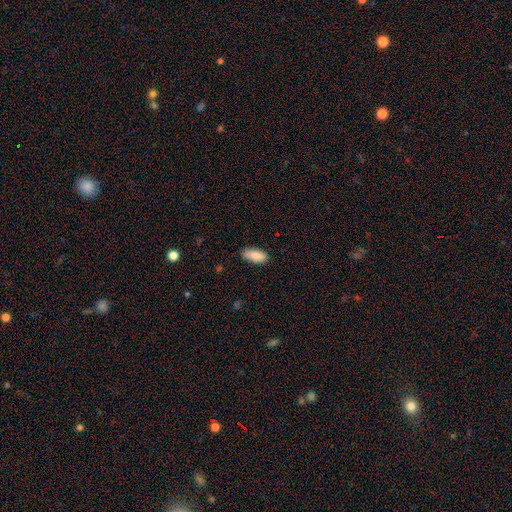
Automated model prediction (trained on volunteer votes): Overall: smooth (88%). How rounded: in between (83%). Merging: none (79%).